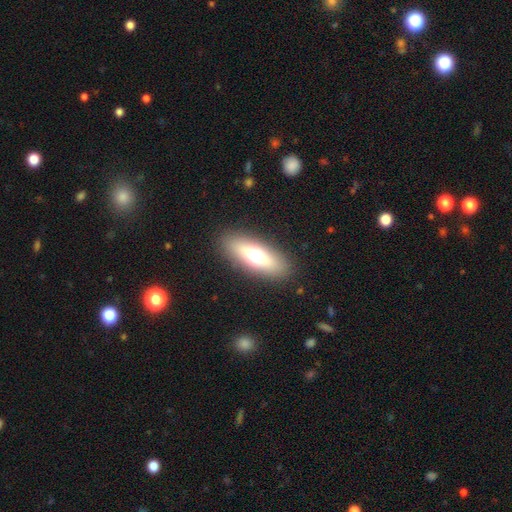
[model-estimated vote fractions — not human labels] This is possibly a smooth galaxy (56%). How rounded: likely in between (65%). Merging: clearly none (87%).